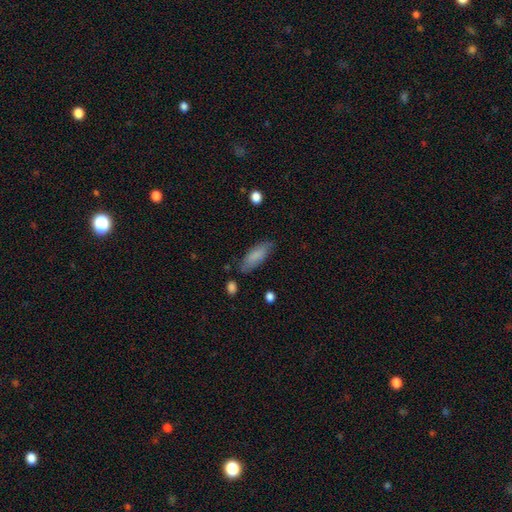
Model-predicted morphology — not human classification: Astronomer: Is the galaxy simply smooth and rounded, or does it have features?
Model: smooth — 81%.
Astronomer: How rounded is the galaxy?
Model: in between — 61% (runner-up: cigar-shaped, 37%).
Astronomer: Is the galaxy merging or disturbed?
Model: none — 78%.